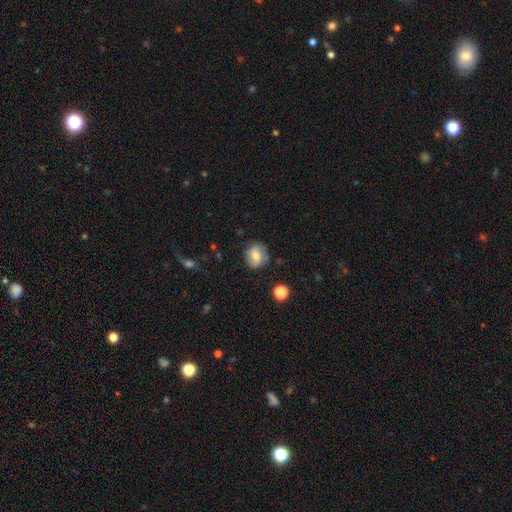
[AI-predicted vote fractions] A smooth galaxy with no disk features (65%) that is round (76%).

Vote fractions:
- Smooth or featured? smooth: 65% / featured or disk: 25% / star or artifact: 10%
- How rounded? round: 76% / in between: 23% / cigar-shaped: 1%
- Merging? none: 80% / minor disturbance: 14% / major disturbance: 4% / merger: 2%